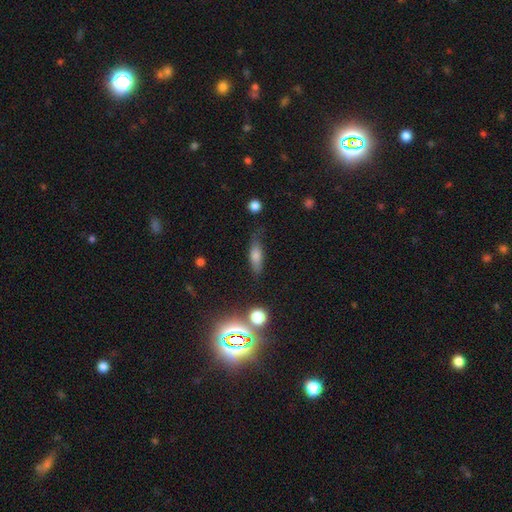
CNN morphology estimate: The model was most divided on "how rounded": in between: 52%, cigar-shaped: 43%, round: 5%. More confident: merging — none (65%); smooth or featured — smooth (65%).